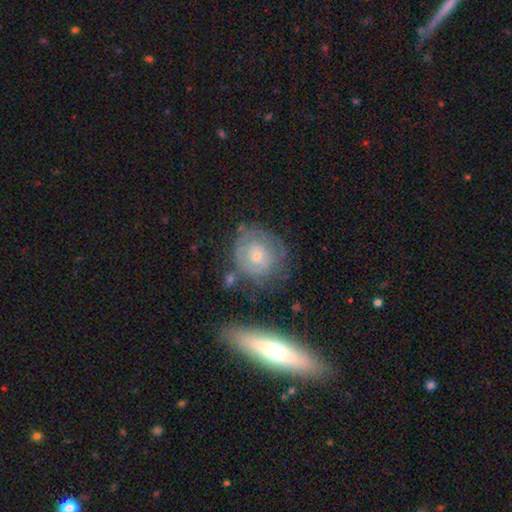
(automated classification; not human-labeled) Morphology: type=featured or disk (58%); edge-on=no (94%); bar=no (81%); spiral arms=yes (63%); bulge=small (64%); merging=none (63%).